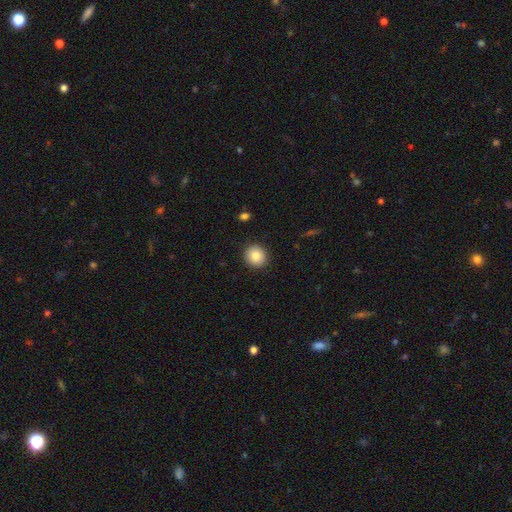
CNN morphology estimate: The model was most divided on "how rounded": round: 86%, in between: 13%, cigar-shaped: 1%. More confident: merging — none (91%); smooth or featured — smooth (84%).